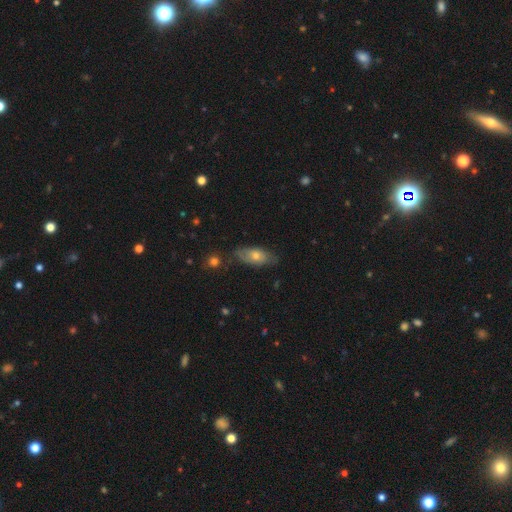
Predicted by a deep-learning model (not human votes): The model was most divided on "smooth or featured": smooth: 61%, featured or disk: 32%, star or artifact: 7%. More confident: how rounded — in between (85%); merging — none (67%).